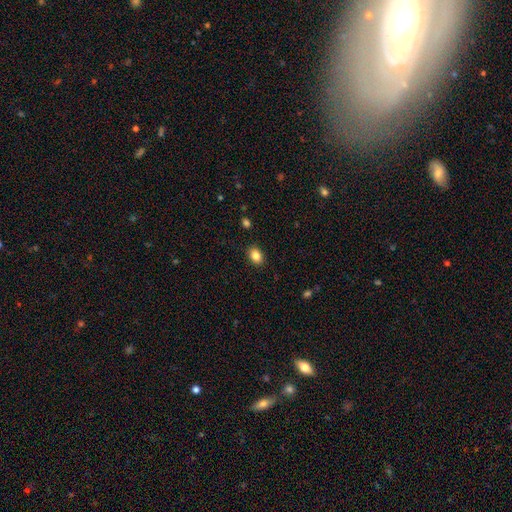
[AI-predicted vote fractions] Smooth or featured: smooth — 85% (star or artifact — 10%)
How rounded: in between — 69% (round — 30%)
Merging: none — 89% (minor disturbance — 8%)